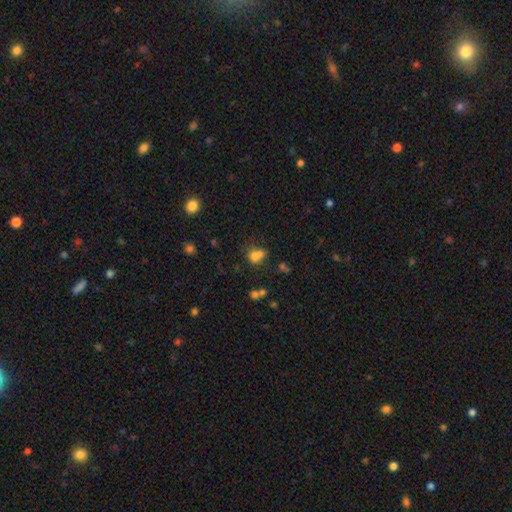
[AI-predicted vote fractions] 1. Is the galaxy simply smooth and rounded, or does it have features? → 73% smooth, 16% star or artifact, 11% featured or disk.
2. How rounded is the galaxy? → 68% round, 31% in between, 1% cigar-shaped.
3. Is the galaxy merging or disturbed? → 40% none, 38% merger, 14% minor disturbance, 8% major disturbance.